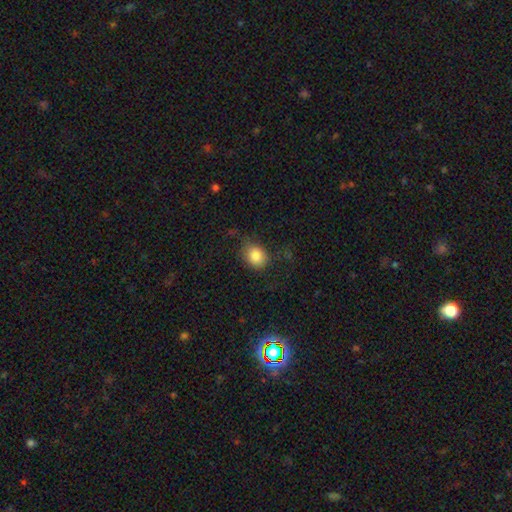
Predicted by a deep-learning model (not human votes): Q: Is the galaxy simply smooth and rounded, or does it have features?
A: smooth — 82%.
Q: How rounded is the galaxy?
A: round — 59%.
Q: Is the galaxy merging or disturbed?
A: none — 68%.